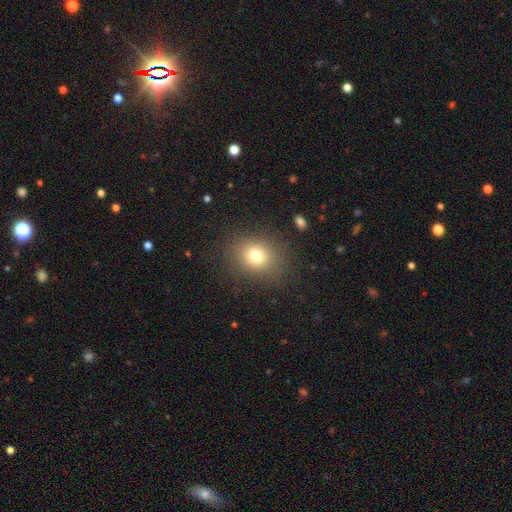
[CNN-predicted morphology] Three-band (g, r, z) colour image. It shows a smooth galaxy with no disk features (74%) that is round (69%). Merging: none (84%).